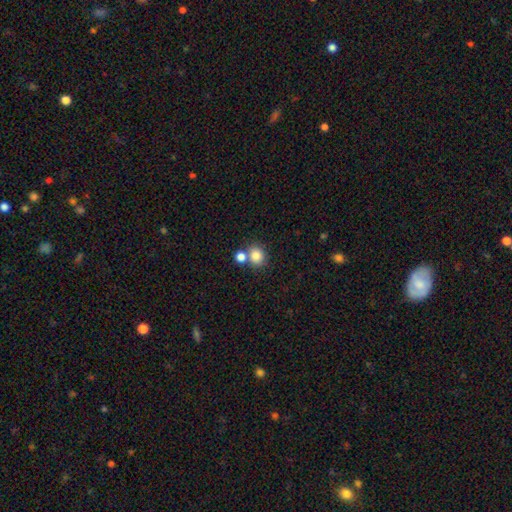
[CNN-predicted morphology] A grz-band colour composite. It shows a smooth galaxy with no disk features (83%) that is round (74%). Merging: none (60%).